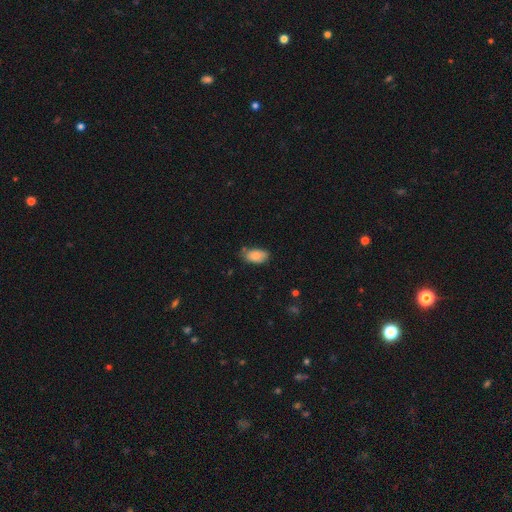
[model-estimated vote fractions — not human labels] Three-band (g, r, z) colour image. It shows a smooth galaxy with no disk features (81%) that is in between round and cigar-shaped (93%). Merging: none (64%).